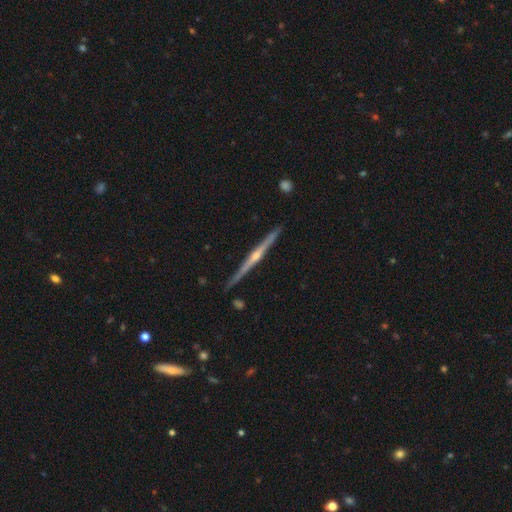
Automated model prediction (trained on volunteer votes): This appears to be a featured or disk galaxy (85%) viewed edge-on (99%) with a rounded central bulge (84%). Merging: none (91%).